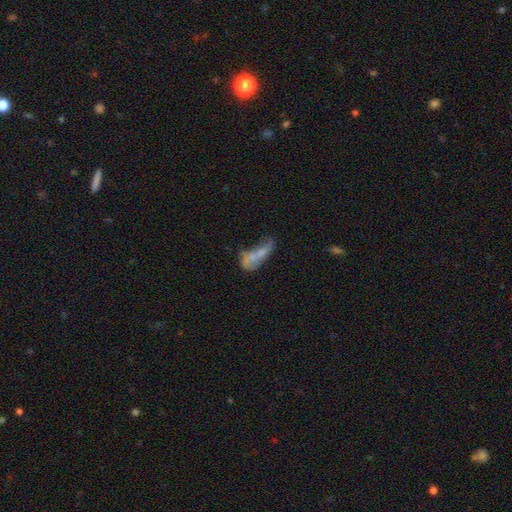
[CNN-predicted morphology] A smooth galaxy with no disk features (49%).

Vote fractions:
- Smooth or featured? smooth: 49% / featured or disk: 38% / star or artifact: 13%
- Merging? merger: 31% / major disturbance: 27% / none: 24% / minor disturbance: 18%